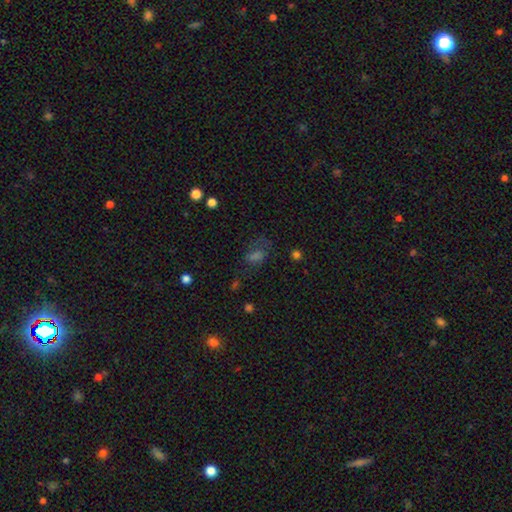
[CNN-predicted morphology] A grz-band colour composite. It shows a smooth galaxy with no disk features (45%). Merging: none (52%).